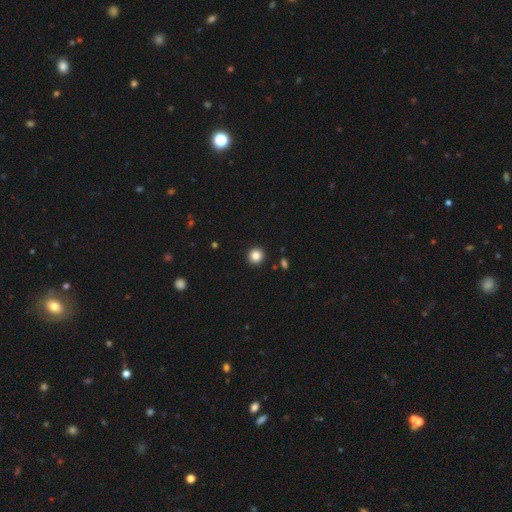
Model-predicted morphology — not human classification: The model was most divided on "smooth or featured": smooth: 85%, star or artifact: 11%, featured or disk: 4%. More confident: how rounded — round (94%); merging — none (92%).